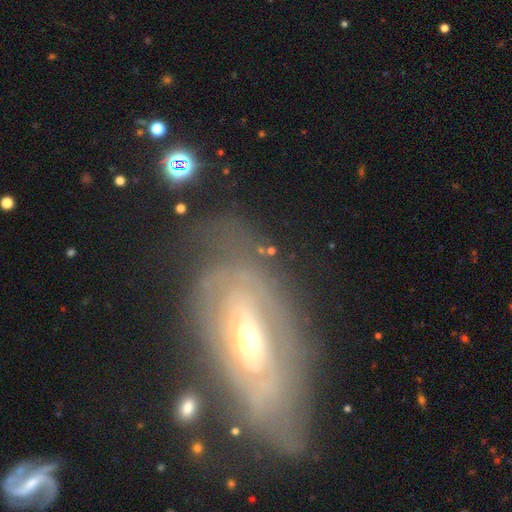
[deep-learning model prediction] featured or disk 78%, smooth 15%, star or artifact 7%. Down the decision tree: edge-on disk — no (87%); bar — no (56%); spiral arms — yes (71%); bulge size — moderate (58%); merging — none (65%).